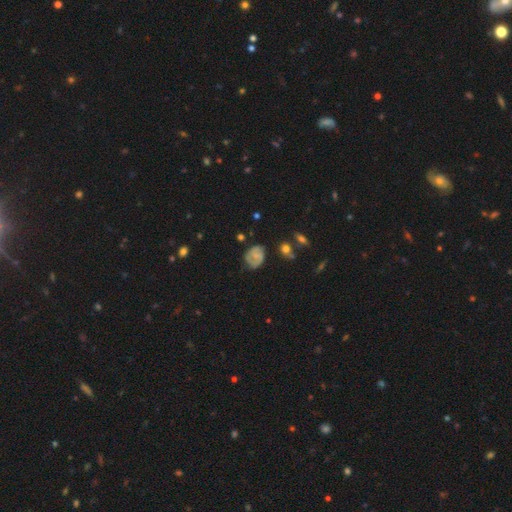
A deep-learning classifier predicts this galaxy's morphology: type=smooth (49%); merging=none (60%).